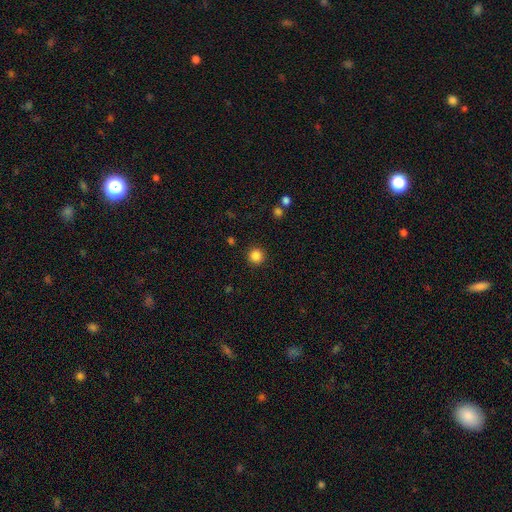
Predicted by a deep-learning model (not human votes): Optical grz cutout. It shows a smooth galaxy with no disk features (86%) that is round (95%). Merging: none (92%).